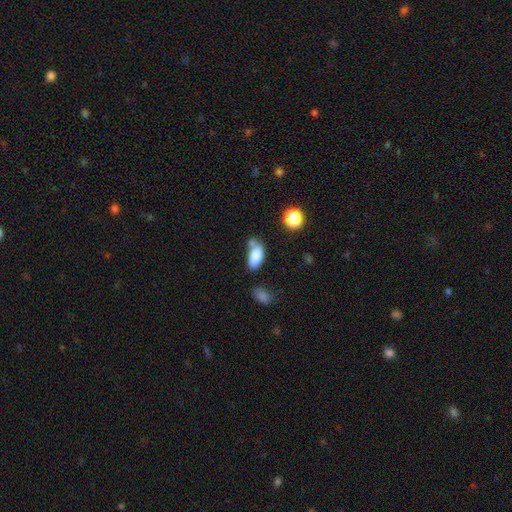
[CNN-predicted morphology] This is clearly a smooth galaxy (82%). How rounded: clearly in between (89%). Merging: possibly none (48%).